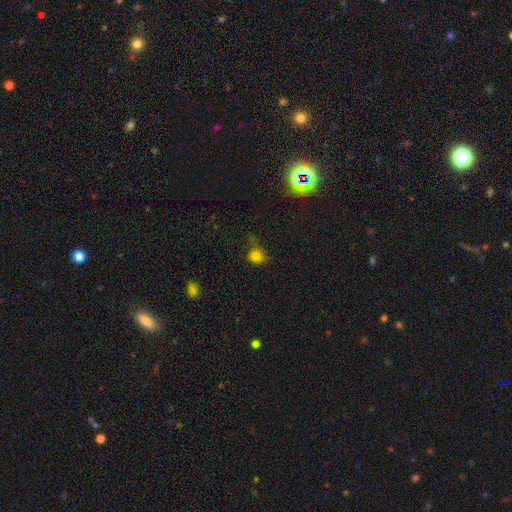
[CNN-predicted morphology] Smooth or featured?
  - smooth: 73% *
  - star or artifact: 18%
  - featured or disk: 9%
How rounded?
  - round: 64% *
  - in between: 34%
  - cigar-shaped: 2%
Merging?
  - none: 44% *
  - minor disturbance: 30%
  - major disturbance: 22%
  - merger: 4%